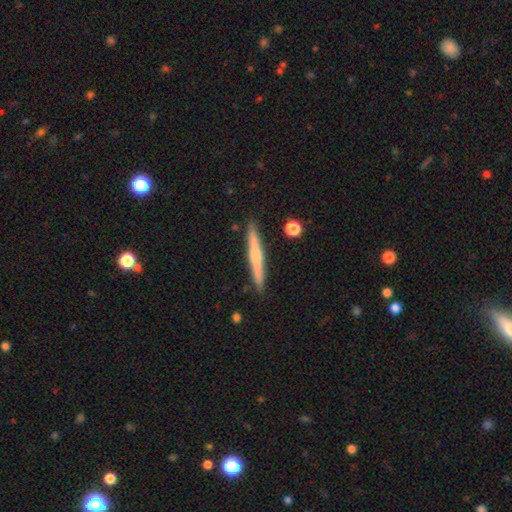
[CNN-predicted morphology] featured or disk 52%, smooth 42%, star or artifact 6%. Down the decision tree: edge-on disk — yes (97%); edge-on bulge — rounded (66%); merging — none (90%).